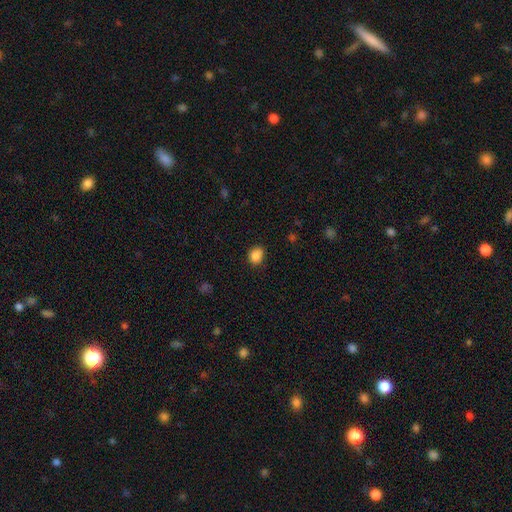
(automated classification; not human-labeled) Morphology: type=smooth (86%); roundness=round (62%); merging=none (74%).